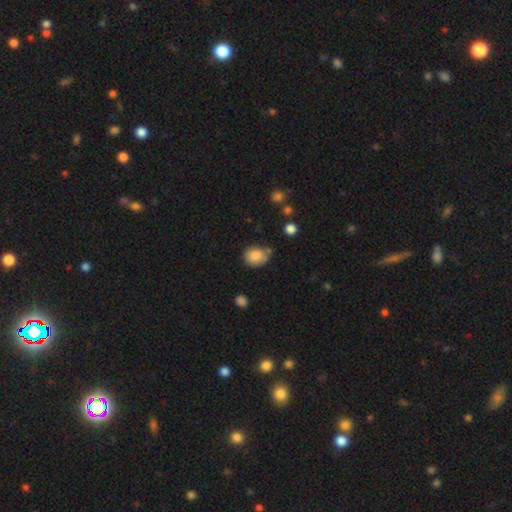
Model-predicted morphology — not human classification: smooth-or-featured: smooth: 84% | star or artifact: 9% | featured or disk: 8%
  how-rounded: round: 62% | in between: 37% | cigar-shaped: 1%
  merging: none: 62% | minor disturbance: 23% | merger: 10% | major disturbance: 5%